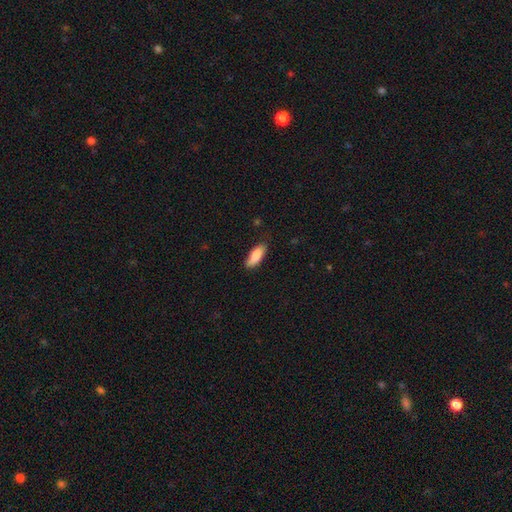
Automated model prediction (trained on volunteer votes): The model was most divided on "how rounded": in between: 71%, cigar-shaped: 27%, round: 2%. More confident: smooth or featured — smooth (87%); merging — none (79%).